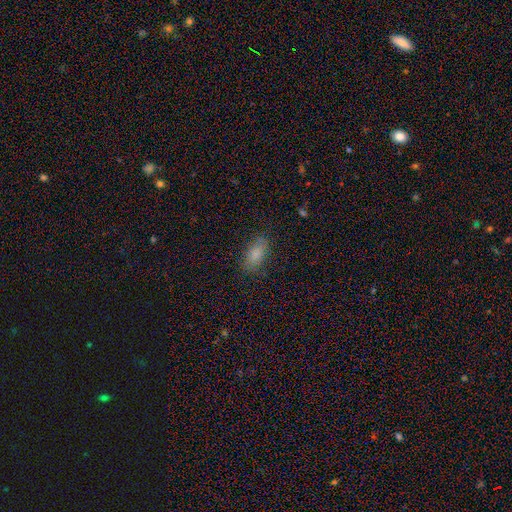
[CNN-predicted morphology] smooth_or_featured: smooth (p=0.82) [alt: star or artifact p=0.10]
how_rounded: in between (p=0.86) [alt: cigar-shaped p=0.10]
merging: none (p=0.83) [alt: minor disturbance p=0.13]